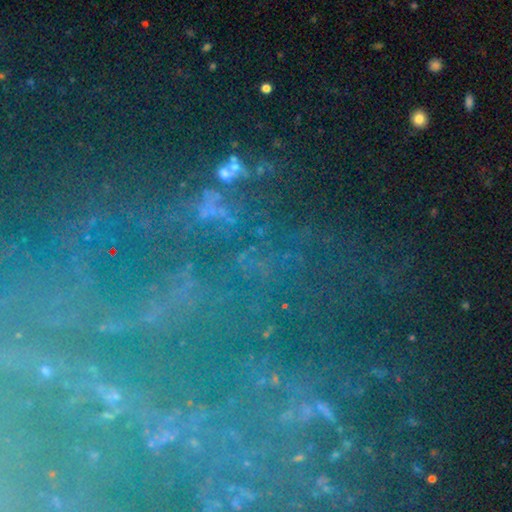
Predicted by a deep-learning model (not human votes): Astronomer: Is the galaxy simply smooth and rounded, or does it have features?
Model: star or artifact — 59%.